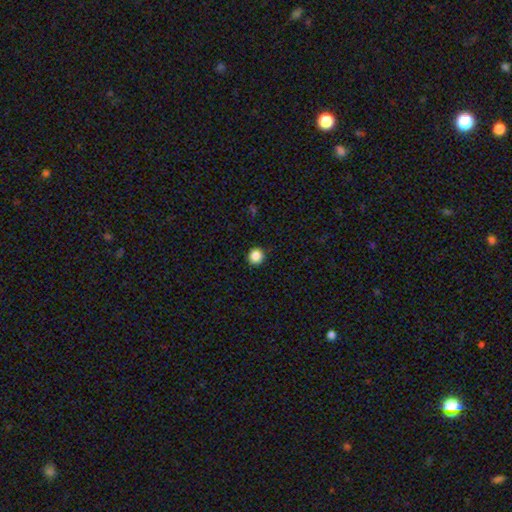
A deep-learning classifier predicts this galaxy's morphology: The model was most divided on "smooth or featured": smooth: 85%, star or artifact: 10%, featured or disk: 4%. More confident: how rounded — round (94%); merging — none (92%).